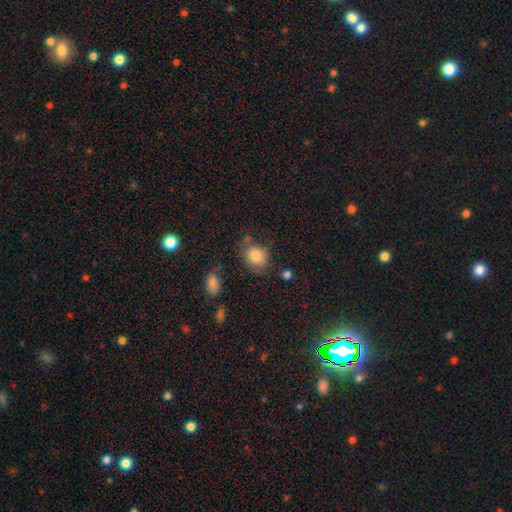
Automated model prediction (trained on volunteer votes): Overall: smooth (82%). How rounded: round (59%; in between 40%). Merging: none (68%).